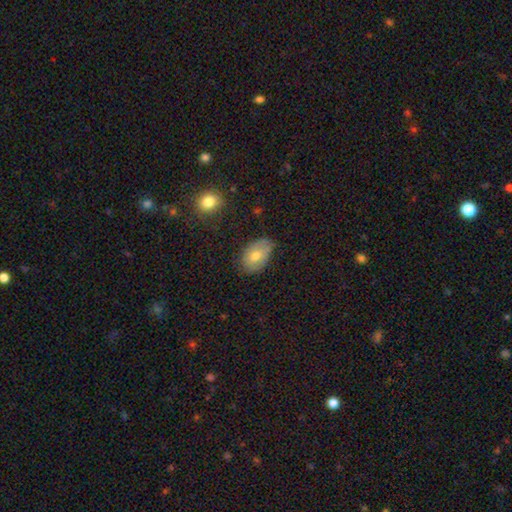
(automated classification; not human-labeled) Smooth or featured? Predicted: smooth (p=0.69). How rounded? Predicted: in between (p=0.87). Merging? Predicted: none (p=0.64).